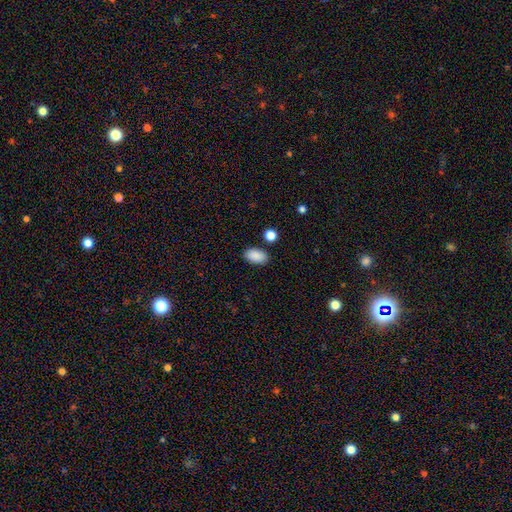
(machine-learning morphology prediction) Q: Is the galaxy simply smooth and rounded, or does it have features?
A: smooth — 89%.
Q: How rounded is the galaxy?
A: in between — 93%.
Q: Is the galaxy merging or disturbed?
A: none — 85%.